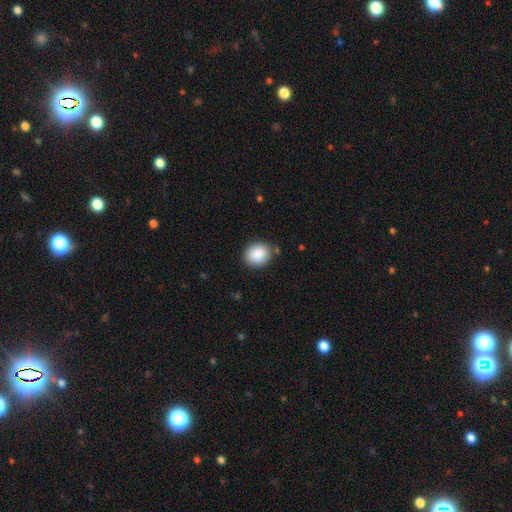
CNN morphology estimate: smooth_or_featured: smooth (p=0.88) [alt: star or artifact p=0.08]
how_rounded: round (p=0.66) [alt: in between p=0.33]
merging: none (p=0.85) [alt: minor disturbance p=0.10]